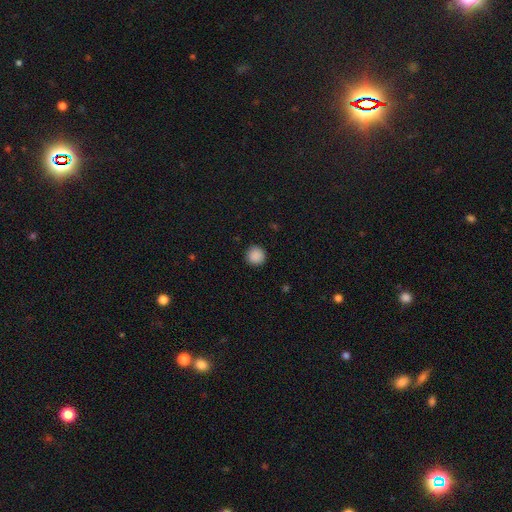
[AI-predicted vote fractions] smooth-or-featured: smooth: 88% | star or artifact: 9% | featured or disk: 2%
  how-rounded: round: 95% | in between: 4% | cigar-shaped: 1%
  merging: none: 91% | minor disturbance: 6% | major disturbance: 2% | merger: 1%